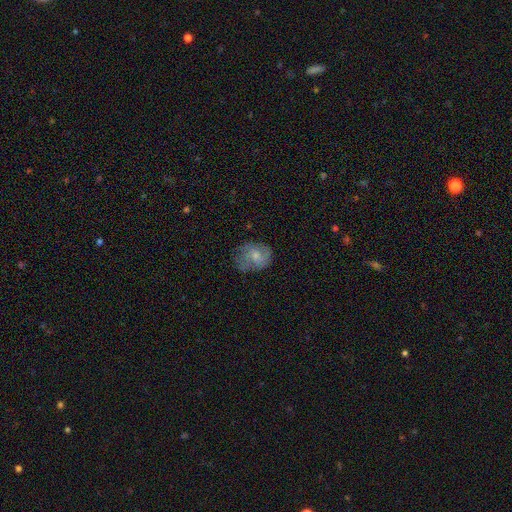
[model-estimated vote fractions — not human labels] smooth 50%, featured or disk 38%, star or artifact 12%. Down the decision tree: merging — none (63%).